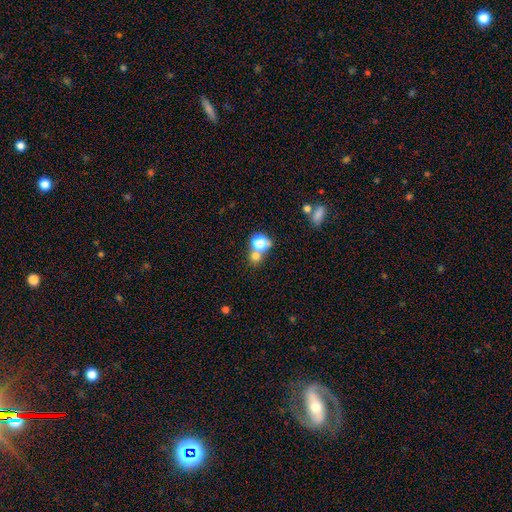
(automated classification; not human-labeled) Smooth or featured? smooth (70%)
How rounded? round (82%)
Merging? none (49%)